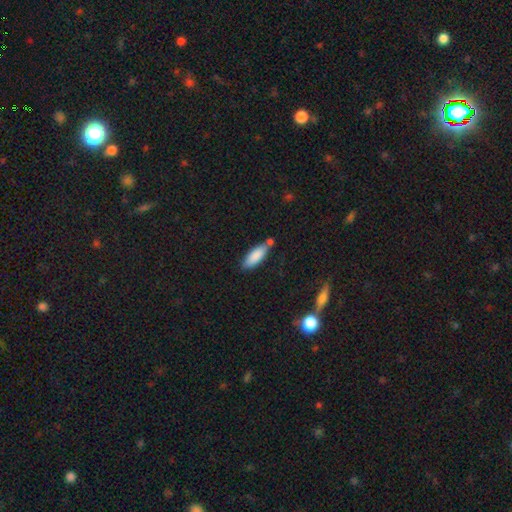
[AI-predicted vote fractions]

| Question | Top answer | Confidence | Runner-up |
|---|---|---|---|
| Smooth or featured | smooth | 85% | featured or disk (9%) |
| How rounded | in between | 65% | cigar-shaped (33%) |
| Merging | none | 66% | minor disturbance (17%) |